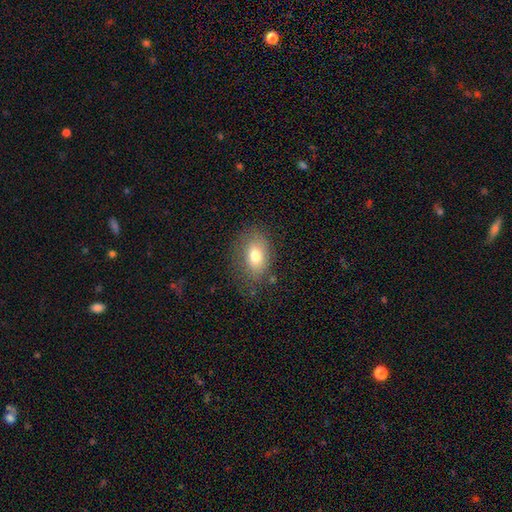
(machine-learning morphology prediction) smooth-or-featured: smooth: 73% | featured or disk: 16% | star or artifact: 11%
  how-rounded: in between: 79% | round: 20% | cigar-shaped: 2%
  merging: none: 73% | minor disturbance: 18% | major disturbance: 7% | merger: 2%